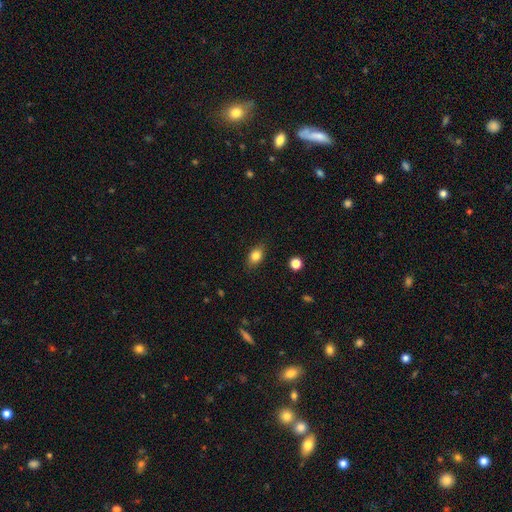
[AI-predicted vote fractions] A smooth galaxy with no disk features (82%) that is in between round and cigar-shaped (80%).

Vote fractions:
- Smooth or featured? smooth: 82% / star or artifact: 9% / featured or disk: 9%
- How rounded? in between: 80% / round: 17% / cigar-shaped: 3%
- Merging? none: 85% / minor disturbance: 11% / major disturbance: 3% / merger: 1%